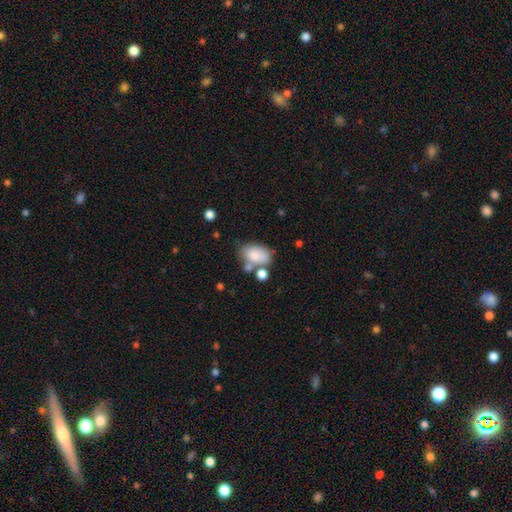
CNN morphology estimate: Q: Smooth or featured?
A: smooth (80%); runner-up: featured or disk (12%)
Q: How rounded?
A: in between (88%); runner-up: round (11%)
Q: Merging?
A: none (52%); runner-up: merger (22%)